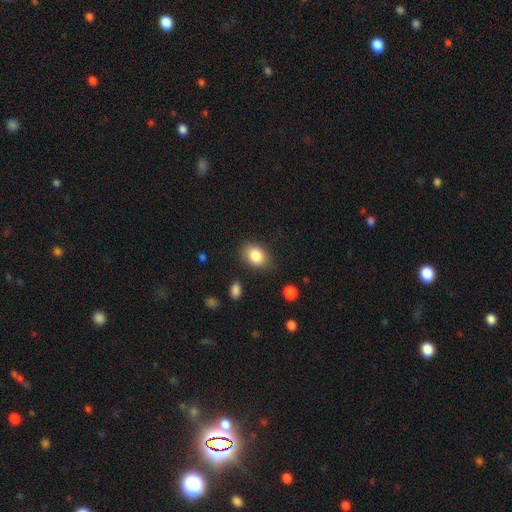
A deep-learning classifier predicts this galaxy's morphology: type=smooth (85%); roundness=in between (69%); merging=none (81%).